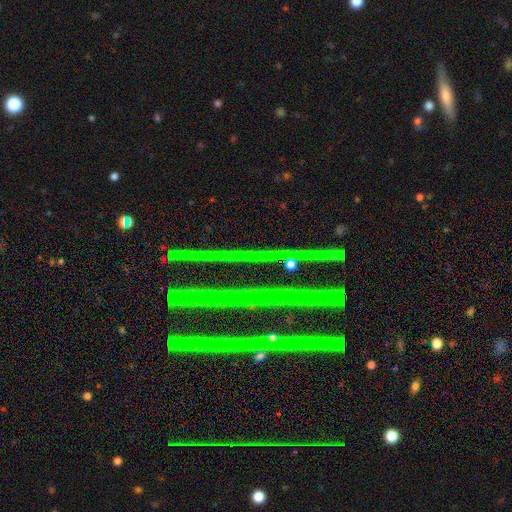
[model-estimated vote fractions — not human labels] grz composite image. It shows a star or artifact, not a galaxy (65%).